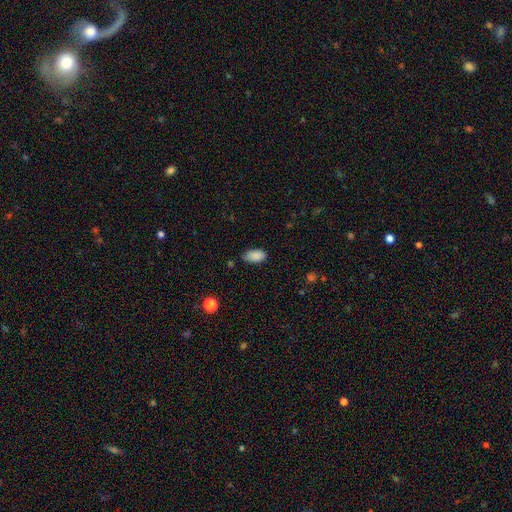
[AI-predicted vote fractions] A smooth galaxy with no disk features (88%) that is in between round and cigar-shaped (93%).

Vote fractions:
- Smooth or featured? smooth: 88% / star or artifact: 8% / featured or disk: 4%
- How rounded? in between: 93% / cigar-shaped: 4% / round: 3%
- Merging? none: 75% / minor disturbance: 20% / major disturbance: 3% / merger: 2%